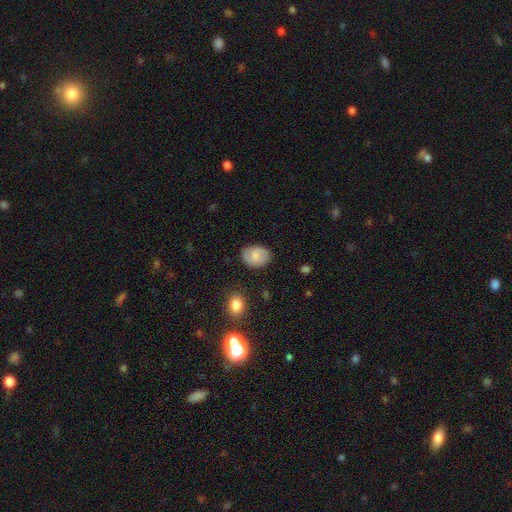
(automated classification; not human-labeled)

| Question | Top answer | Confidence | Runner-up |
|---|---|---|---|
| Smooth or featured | smooth | 74% | featured or disk (18%) |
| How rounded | in between | 67% | round (31%) |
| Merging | none | 80% | minor disturbance (15%) |